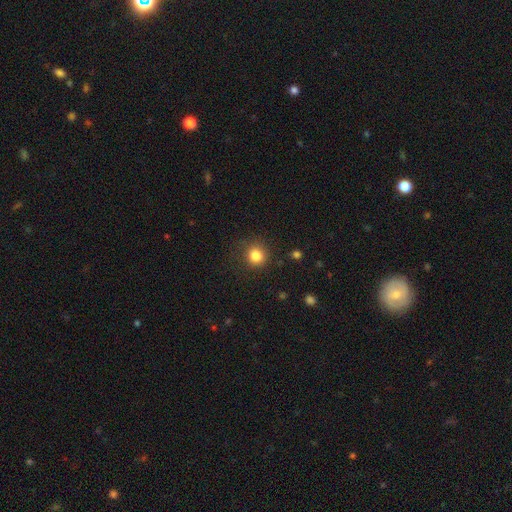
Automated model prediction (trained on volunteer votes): smooth 84%, star or artifact 11%, featured or disk 5%. Down the decision tree: how rounded — round (90%); merging — none (85%).